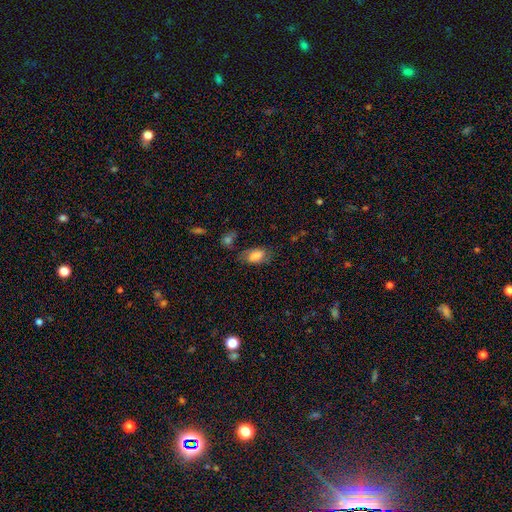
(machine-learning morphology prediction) Overall: smooth (70%). How rounded: in between (91%). Merging: none (63%; minor disturbance 23%).